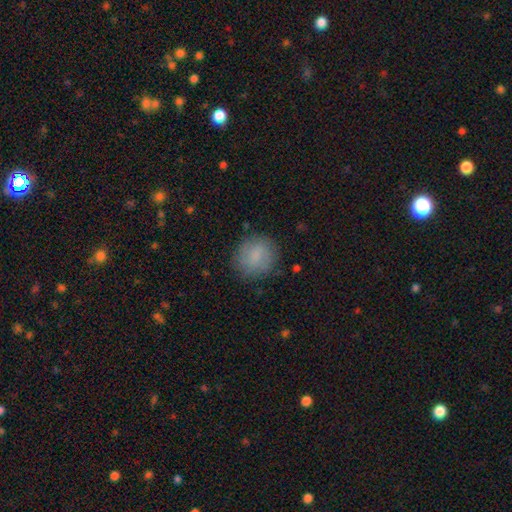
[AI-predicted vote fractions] This is likely a smooth galaxy (79%). How rounded: clearly round (84%). Merging: clearly none (81%).